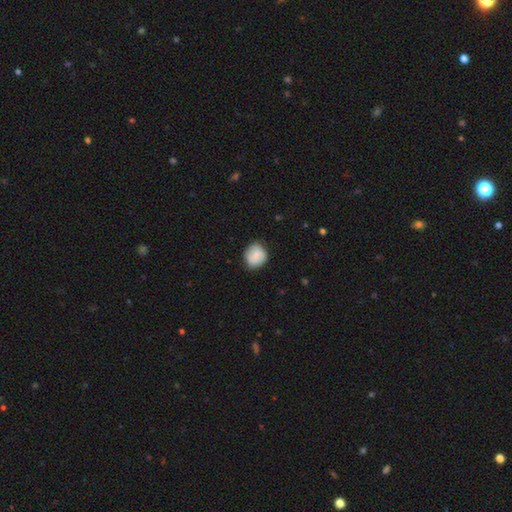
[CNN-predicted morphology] Overall: smooth (77%). How rounded: round (82%). Merging: none (76%).